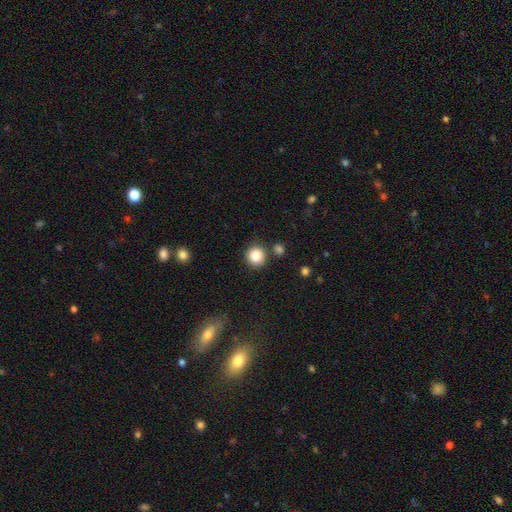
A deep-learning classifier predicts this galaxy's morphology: Smooth or featured? Predicted: smooth (p=0.85). How rounded? Predicted: round (p=0.92). Merging? Predicted: none (p=0.84).